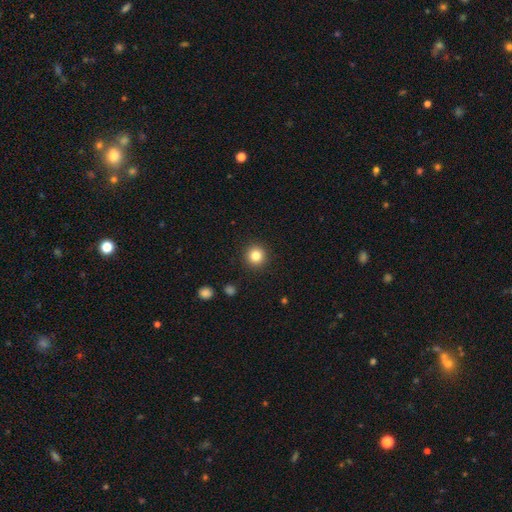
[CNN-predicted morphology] smooth 83%, star or artifact 11%, featured or disk 6%. Down the decision tree: how rounded — round (95%); merging — none (92%).